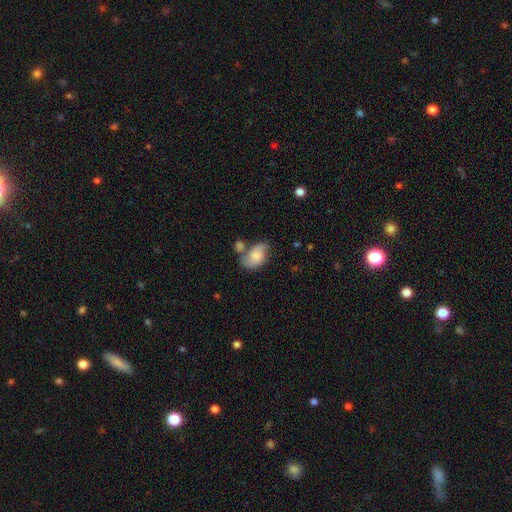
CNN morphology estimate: type=smooth (60%); roundness=in between (85%); merging=none (36%).